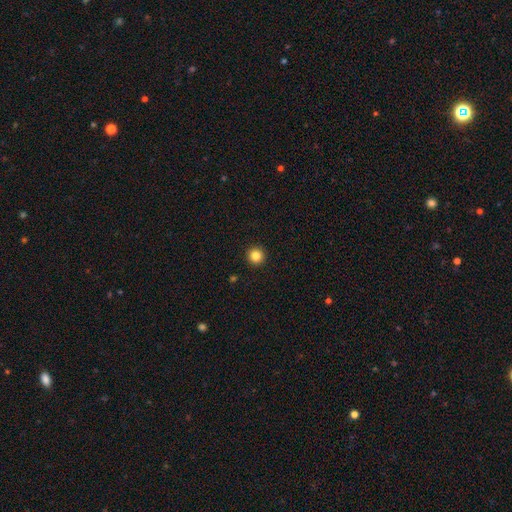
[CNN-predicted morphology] This appears to be a smooth galaxy with no disk features (84%) that is round (96%). Merging: none (94%).